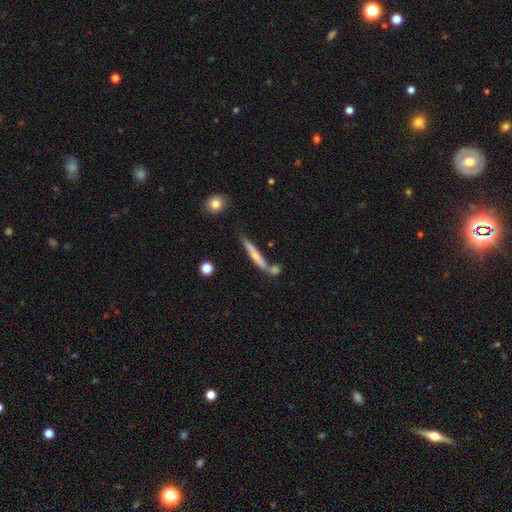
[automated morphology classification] Overall: smooth (53%; featured or disk 40%). How rounded: cigar-shaped (92%). Merging: none (52%; merger 24%).